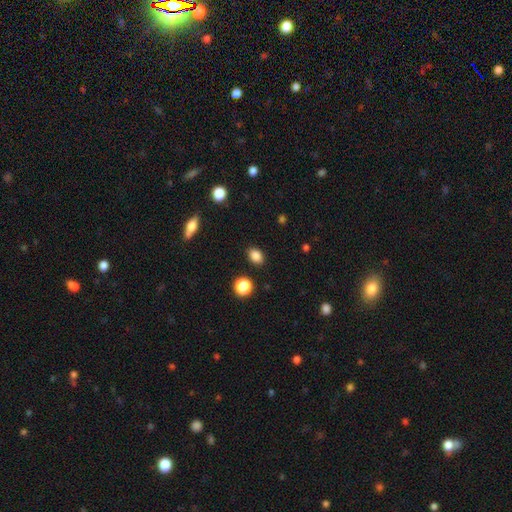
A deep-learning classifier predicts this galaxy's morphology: Overall: smooth (85%). How rounded: in between (70%). Merging: none (87%).